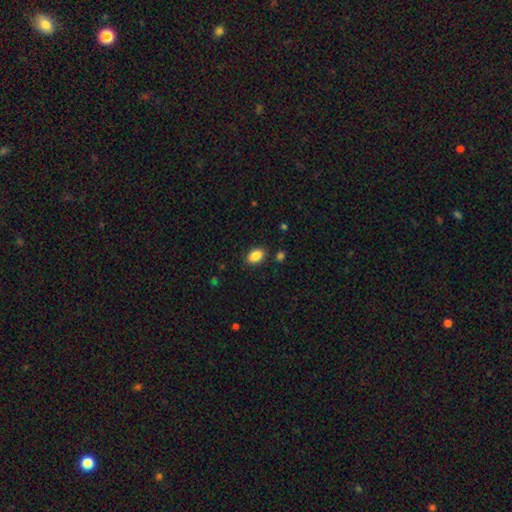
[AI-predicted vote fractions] Overall: smooth (88%). How rounded: in between (88%). Merging: none (86%).